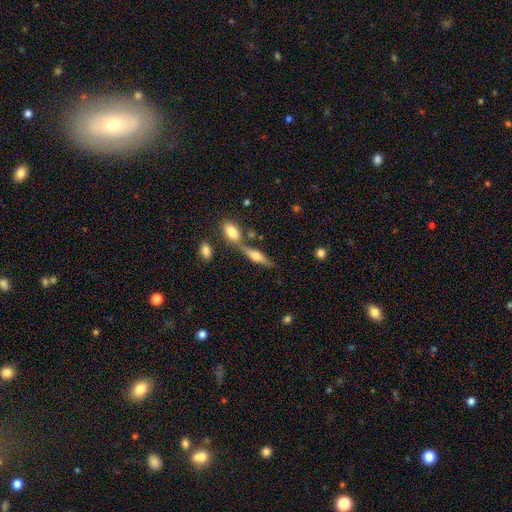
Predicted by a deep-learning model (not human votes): featured or disk 55%, smooth 38%, star or artifact 8%. Down the decision tree: edge-on disk — yes (92%); edge-on bulge — rounded (85%); merging — none (59%).